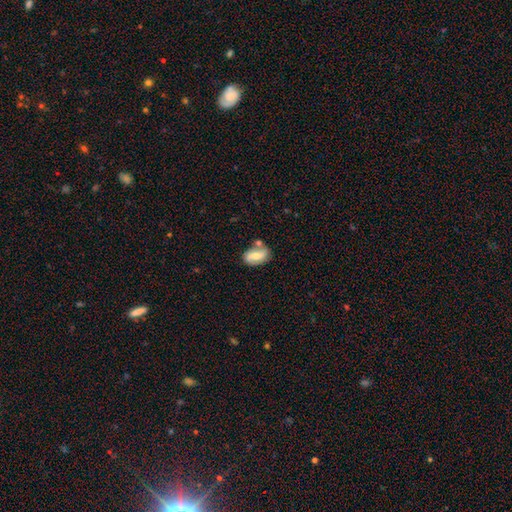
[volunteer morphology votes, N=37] This appears to be a smooth galaxy with no disk features (49%, tied with featured or disk) that is in between round and cigar-shaped (94%). Merging: none (75%).